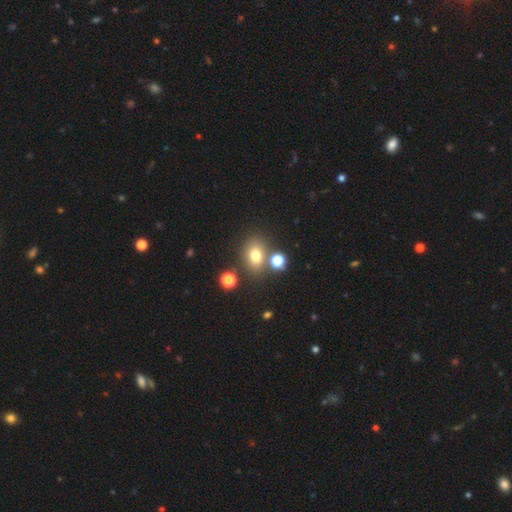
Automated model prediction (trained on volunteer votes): The model was most divided on "how rounded": in between: 55%, round: 44%, cigar-shaped: 1%. More confident: smooth or featured — smooth (74%); merging — none (70%).